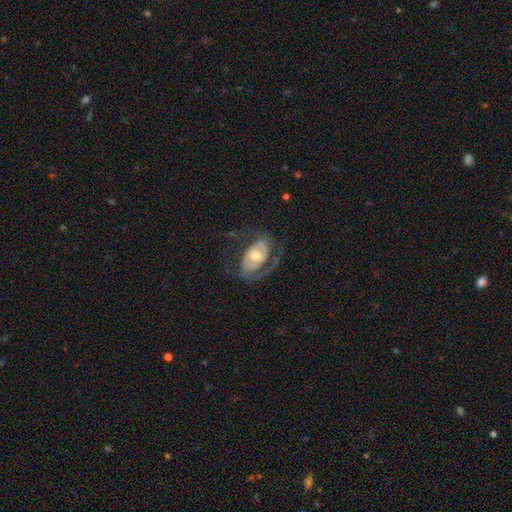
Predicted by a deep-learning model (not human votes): This is likely a featured or disk galaxy (76%). It is clearly not viewed edge-on (96%). Bar: likely no (64%). Spiral arm pattern: clearly yes (84%). Spiral arm count: possibly 2 (59%). Spiral winding: marginally medium (43%). Central bulge: likely moderate (64%). Merging: possibly none (54%).